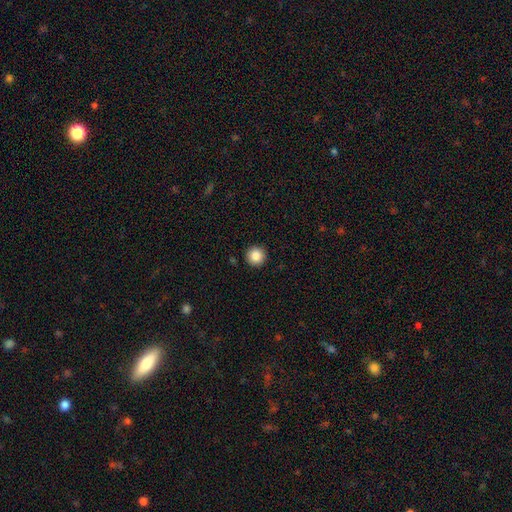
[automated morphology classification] The model was most divided on "smooth or featured": smooth: 86%, star or artifact: 9%, featured or disk: 5%. More confident: how rounded — round (96%); merging — none (93%).